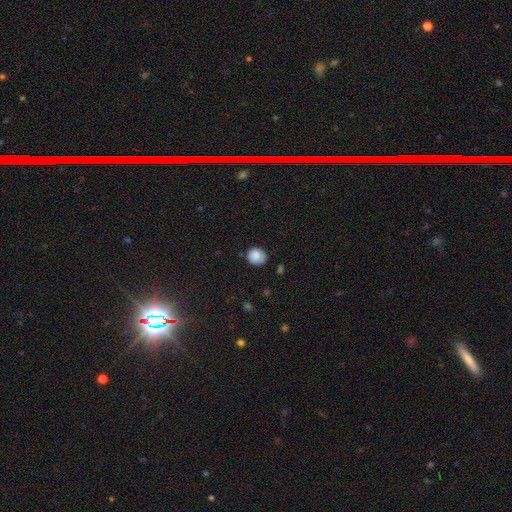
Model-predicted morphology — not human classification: A smooth galaxy with no disk features (83%) that is round (77%). Merging: none (71%).